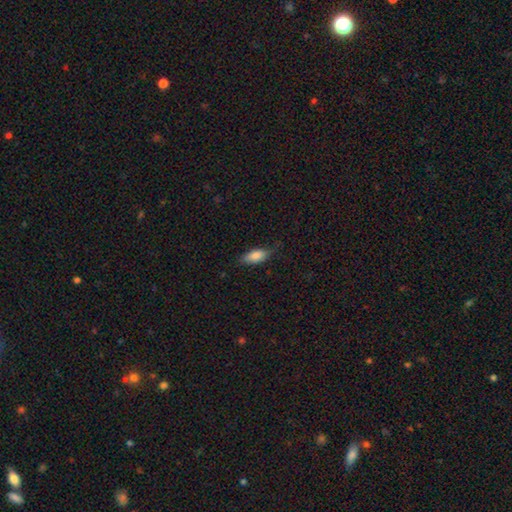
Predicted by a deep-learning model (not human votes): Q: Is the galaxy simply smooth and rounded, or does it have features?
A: smooth — 82%.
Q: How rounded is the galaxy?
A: in between — 81%.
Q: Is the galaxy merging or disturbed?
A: none — 71%.